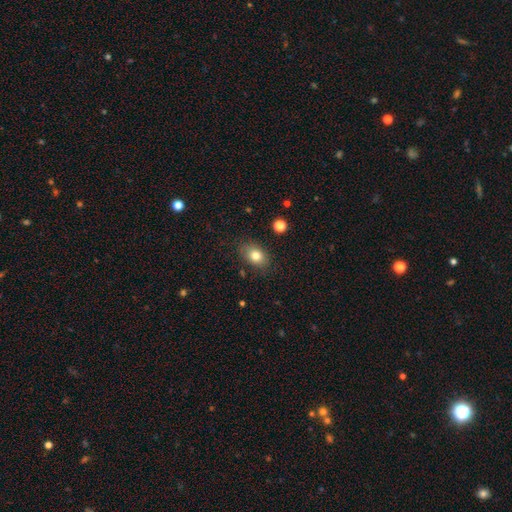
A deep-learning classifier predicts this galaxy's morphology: Overall: smooth (80%). How rounded: in between (75%). Merging: none (81%).